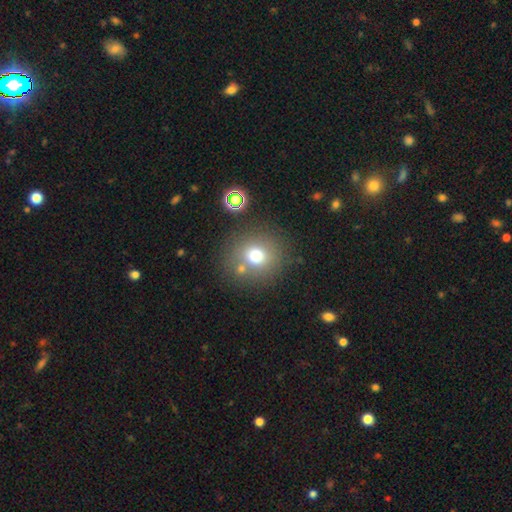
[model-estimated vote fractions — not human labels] This is likely a smooth galaxy (72%). How rounded: clearly round (86%). Merging: likely none (74%).